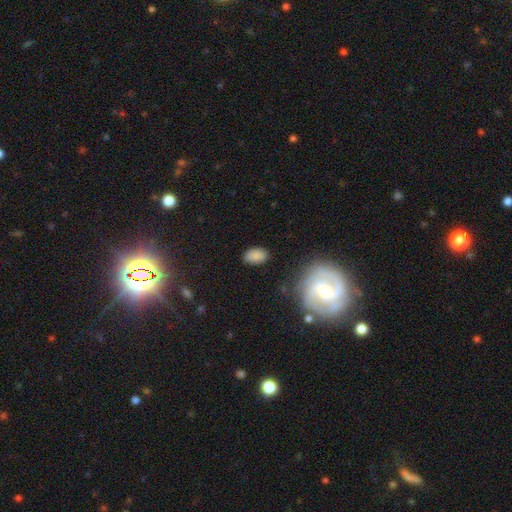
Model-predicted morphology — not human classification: Smooth or featured: smooth — 83% (star or artifact — 10%)
How rounded: in between — 91% (round — 8%)
Merging: none — 78% (minor disturbance — 16%)